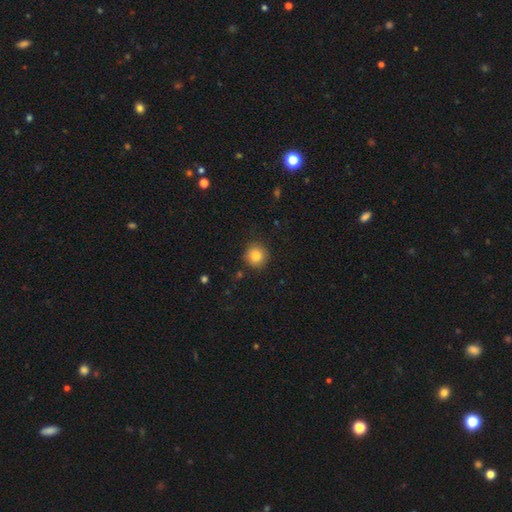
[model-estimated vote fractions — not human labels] Q: Smooth or featured?
A: smooth (83%); runner-up: star or artifact (10%)
Q: How rounded?
A: round (93%); runner-up: in between (6%)
Q: Merging?
A: none (89%); runner-up: minor disturbance (8%)